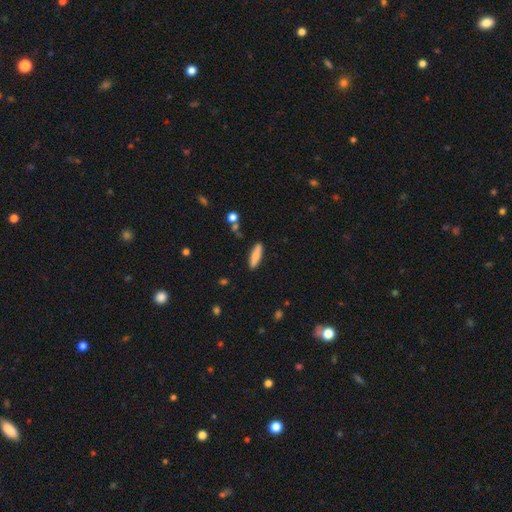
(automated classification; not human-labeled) Smooth or featured: smooth — 76% (featured or disk — 17%)
How rounded: cigar-shaped — 66% (in between — 32%)
Merging: none — 88% (minor disturbance — 8%)